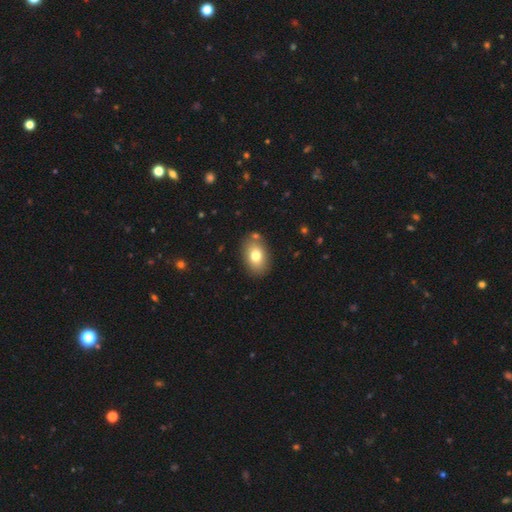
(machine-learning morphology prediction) smooth 76%, featured or disk 15%, star or artifact 9%. Down the decision tree: how rounded — in between (83%); merging — none (83%).